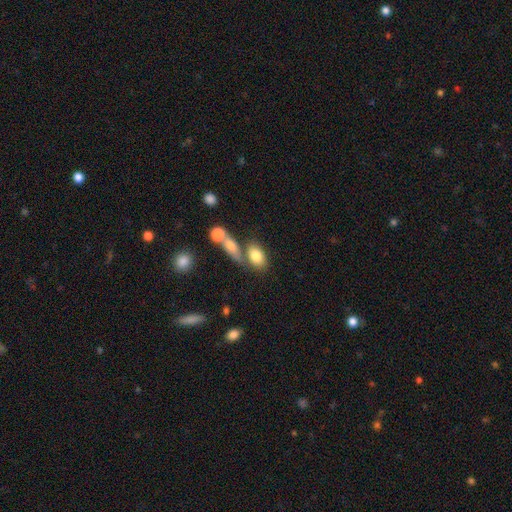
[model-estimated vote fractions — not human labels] A smooth galaxy with no disk features (79%) that is in between round and cigar-shaped (79%).

Vote fractions:
- Smooth or featured? smooth: 79% / featured or disk: 12% / star or artifact: 9%
- How rounded? in between: 79% / round: 17% / cigar-shaped: 4%
- Merging? none: 51% / merger: 31% / minor disturbance: 13% / major disturbance: 6%